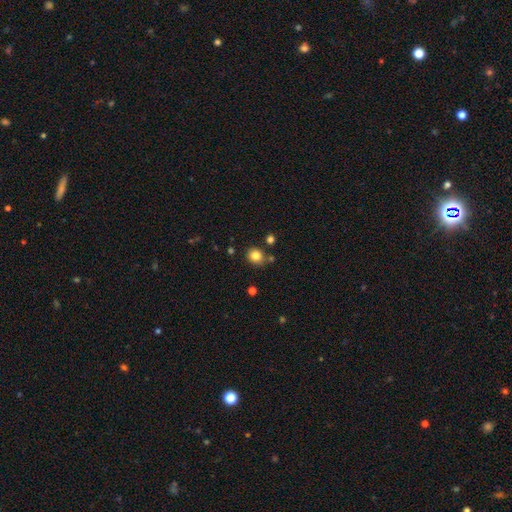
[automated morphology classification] The model was most divided on "how rounded": round: 79%, in between: 20%, cigar-shaped: 1%. More confident: smooth or featured — smooth (82%); merging — none (79%).